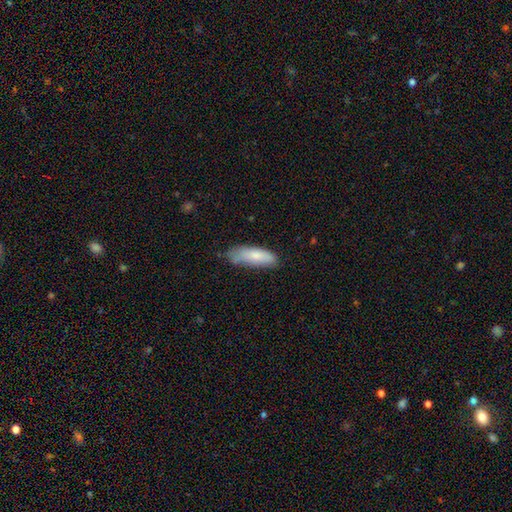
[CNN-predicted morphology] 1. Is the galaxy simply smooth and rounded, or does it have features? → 77% smooth, 16% featured or disk, 7% star or artifact.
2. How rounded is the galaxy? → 57% in between, 42% cigar-shaped, 2% round.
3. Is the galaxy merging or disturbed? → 57% none, 32% minor disturbance, 8% major disturbance, 3% merger.